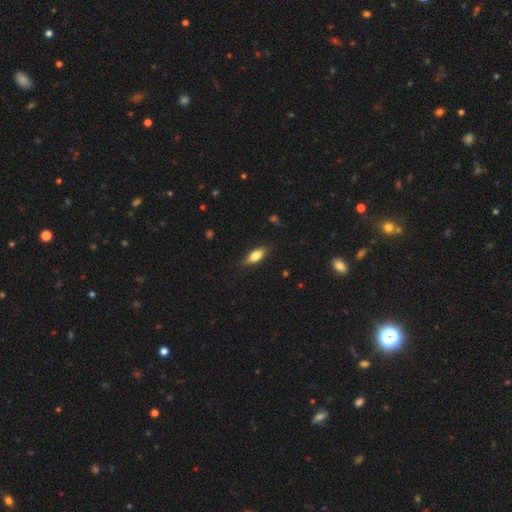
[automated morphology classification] Smooth or featured? Predicted: smooth (p=0.78). How rounded? Predicted: in between (p=0.80). Merging? Predicted: none (p=0.84).